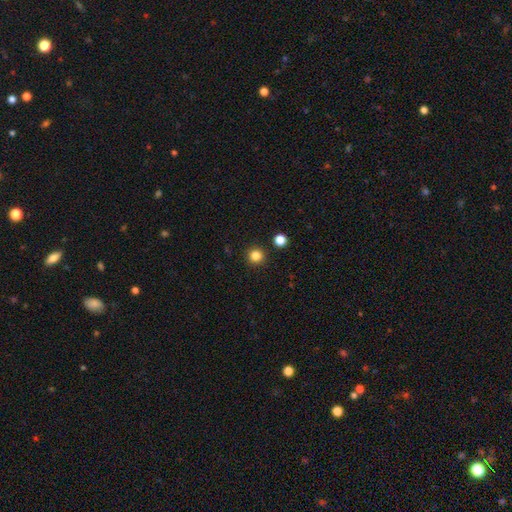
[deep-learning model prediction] Q: Smooth or featured?
A: smooth (83%); runner-up: star or artifact (13%)
Q: How rounded?
A: round (95%); runner-up: in between (4%)
Q: Merging?
A: none (91%); runner-up: minor disturbance (5%)